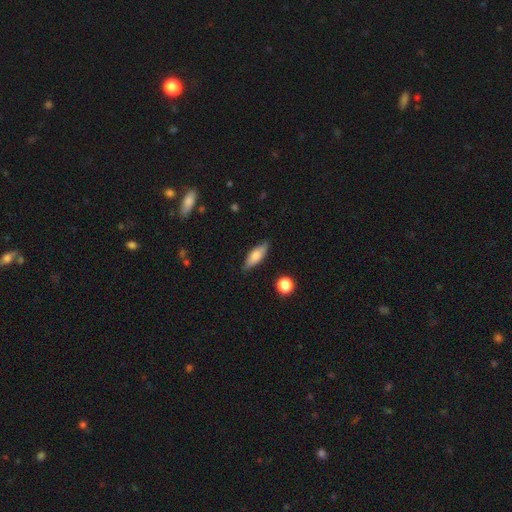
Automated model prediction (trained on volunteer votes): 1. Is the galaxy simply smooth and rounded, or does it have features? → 70% smooth, 23% featured or disk, 7% star or artifact.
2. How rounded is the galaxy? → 63% in between, 34% cigar-shaped, 3% round.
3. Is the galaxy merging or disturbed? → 83% none, 13% minor disturbance, 3% major disturbance, 1% merger.